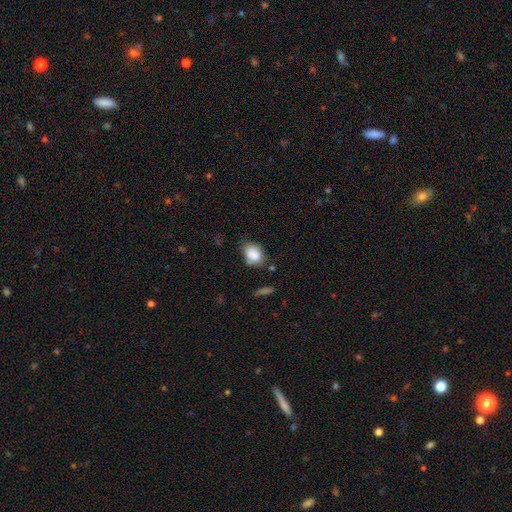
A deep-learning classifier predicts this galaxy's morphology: Smooth or featured? Predicted: smooth (p=0.82). How rounded? Predicted: in between (p=0.63). Merging? Predicted: none (p=0.55).